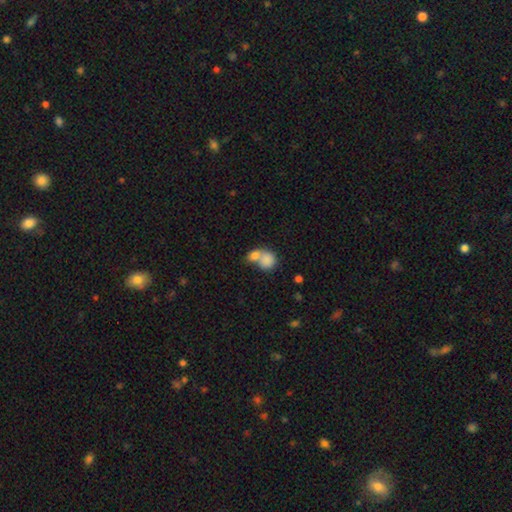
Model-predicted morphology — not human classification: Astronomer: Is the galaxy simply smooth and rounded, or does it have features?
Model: smooth — 81%.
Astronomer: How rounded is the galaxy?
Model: round — 54% (runner-up: in between, 44%).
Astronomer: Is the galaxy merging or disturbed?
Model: merger — 67%.